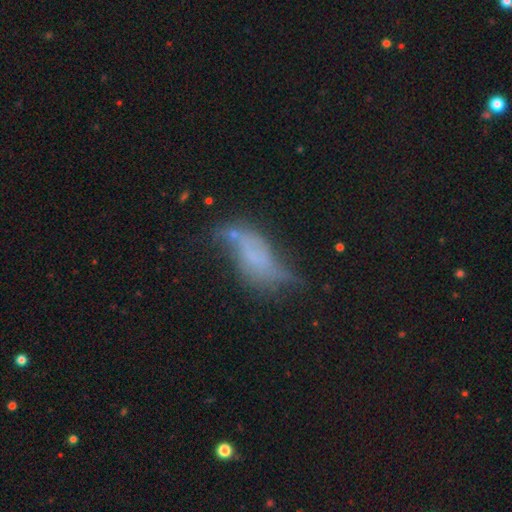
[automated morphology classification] smooth_or_featured: featured or disk (p=0.47) [alt: smooth p=0.39]
merging: none (p=0.31) [alt: major disturbance p=0.30]